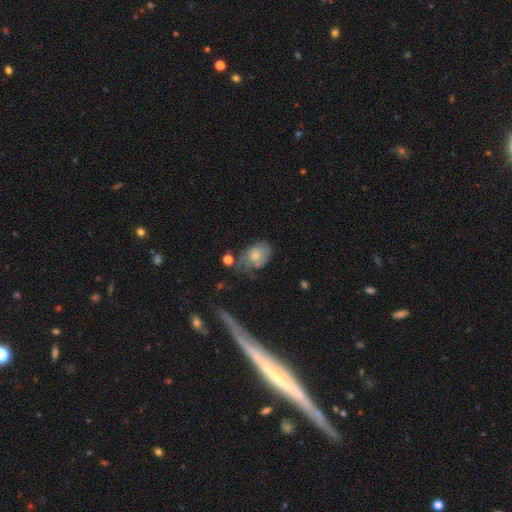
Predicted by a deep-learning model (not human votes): Smooth or featured? smooth (62%)
How rounded? in between (77%)
Merging? none (41%)